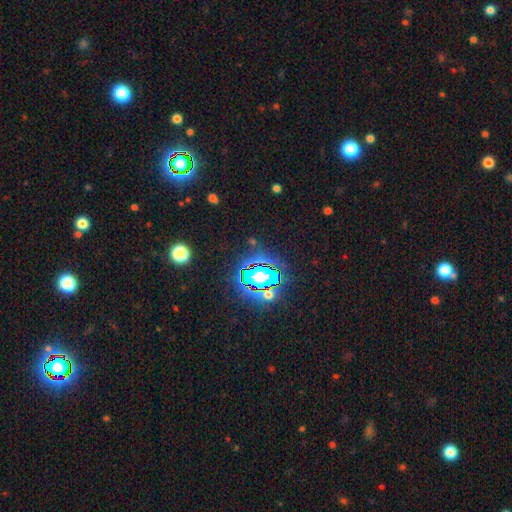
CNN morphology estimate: A star or artifact, not a galaxy (83%).

Vote fractions:
- Smooth or featured? star or artifact: 83% / smooth: 10% / featured or disk: 7%